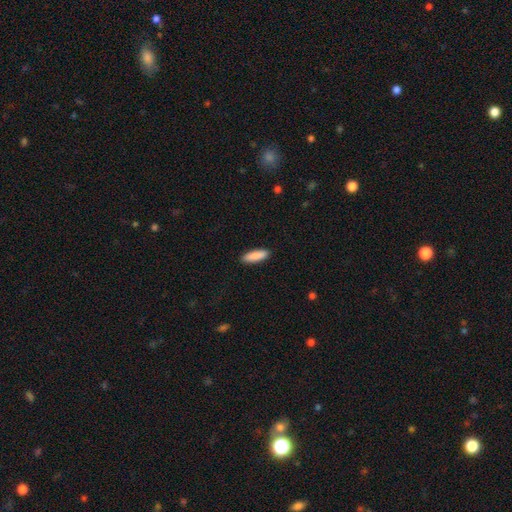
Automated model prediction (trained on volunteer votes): This appears to be a smooth galaxy with no disk features (89%) that is cigar-shaped (51%). Merging: none (90%).